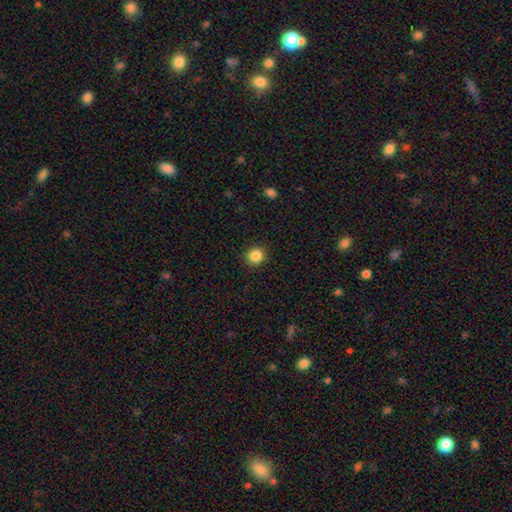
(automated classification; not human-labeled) Smooth or featured: smooth — 87% (star or artifact — 10%)
How rounded: round — 90% (in between — 9%)
Merging: none — 91% (minor disturbance — 6%)